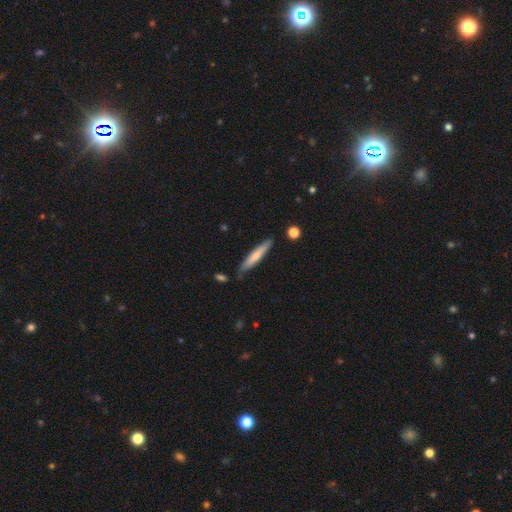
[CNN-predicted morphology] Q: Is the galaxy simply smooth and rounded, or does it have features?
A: smooth — 65%.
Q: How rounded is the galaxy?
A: cigar-shaped — 91%.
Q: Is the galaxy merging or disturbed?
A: none — 80%.